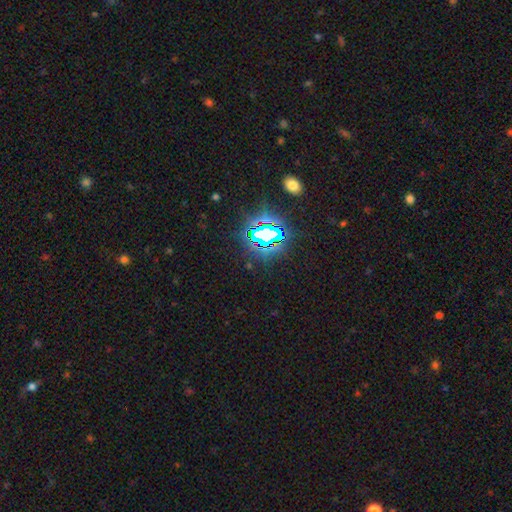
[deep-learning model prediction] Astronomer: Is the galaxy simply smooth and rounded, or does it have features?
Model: star or artifact — 83%.